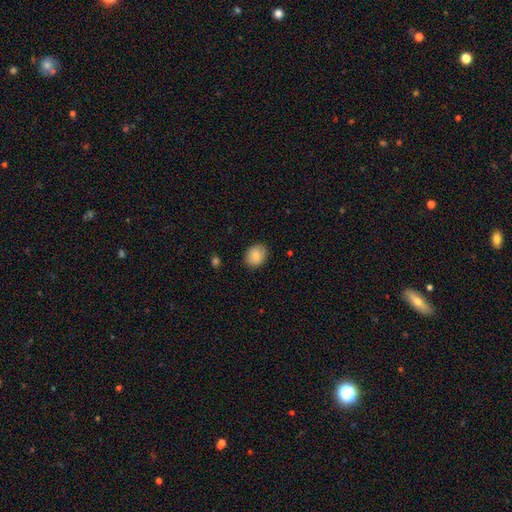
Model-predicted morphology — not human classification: Smooth or featured? smooth (85%)
How rounded? round (54%)
Merging? none (84%)